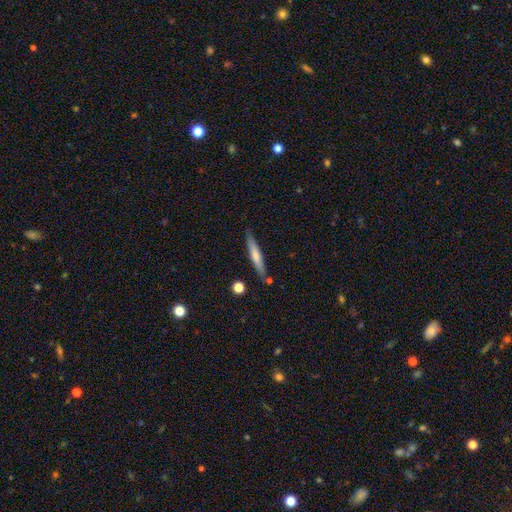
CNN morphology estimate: A smooth galaxy with no disk features (58%) that is cigar-shaped (93%). Merging: none (84%).